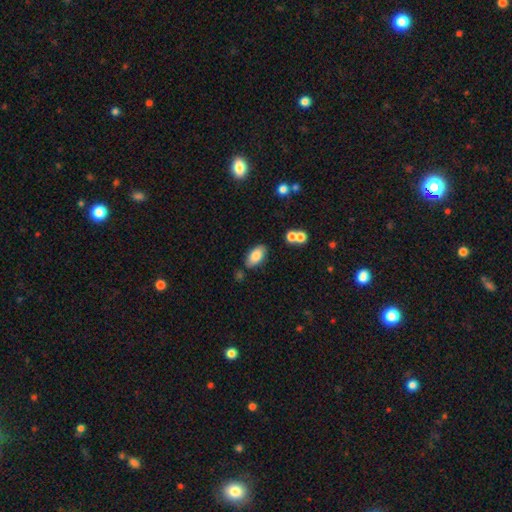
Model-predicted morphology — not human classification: Smooth or featured: smooth — 81% (featured or disk — 12%)
How rounded: in between — 93% (round — 4%)
Merging: none — 76% (minor disturbance — 15%)